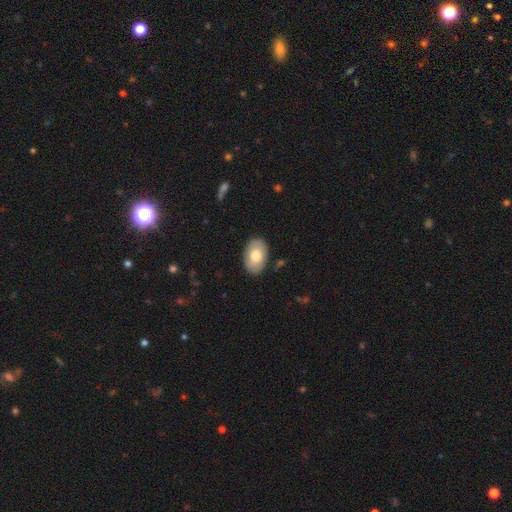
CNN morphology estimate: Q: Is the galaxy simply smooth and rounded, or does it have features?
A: smooth — 73%.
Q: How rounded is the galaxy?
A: in between — 90%.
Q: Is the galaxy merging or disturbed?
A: none — 87%.